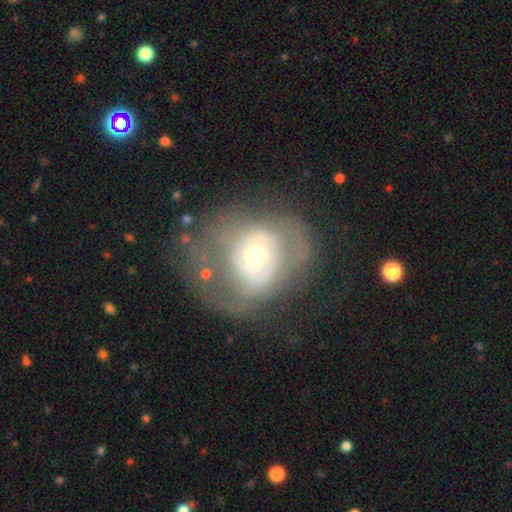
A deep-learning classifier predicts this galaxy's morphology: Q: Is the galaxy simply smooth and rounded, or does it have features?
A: featured or disk — 64%.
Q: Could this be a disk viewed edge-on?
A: no — 96%.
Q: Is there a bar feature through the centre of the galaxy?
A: no — 75%.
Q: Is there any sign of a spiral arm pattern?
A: no — 54%.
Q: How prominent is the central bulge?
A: moderate — 51%.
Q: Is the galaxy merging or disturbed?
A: none — 43%.